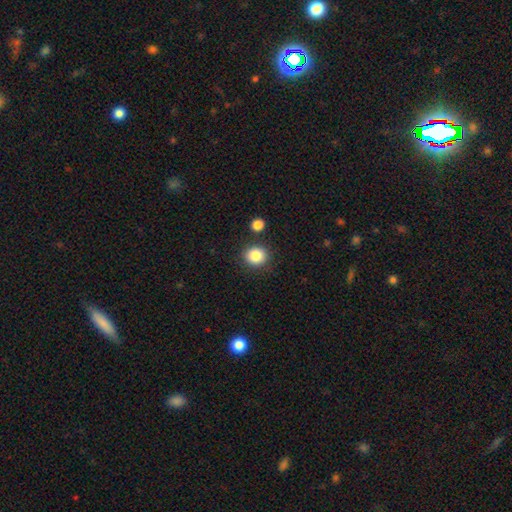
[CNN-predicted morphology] Smooth or featured? Predicted: smooth (p=0.86). How rounded? Predicted: round (p=0.82). Merging? Predicted: none (p=0.84).